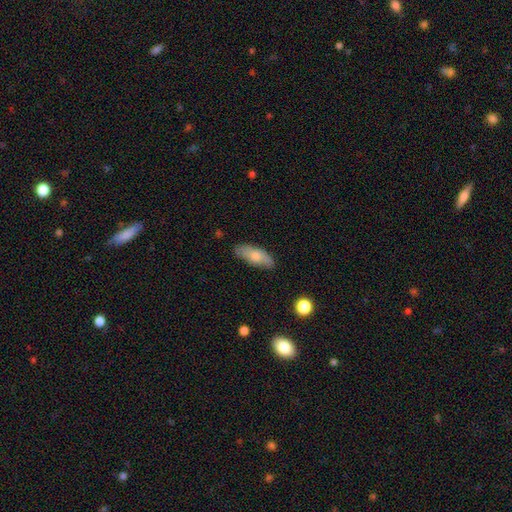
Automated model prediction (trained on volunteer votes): Smooth or featured? Predicted: smooth (p=0.70). How rounded? Predicted: in between (p=0.76). Merging? Predicted: none (p=0.77).